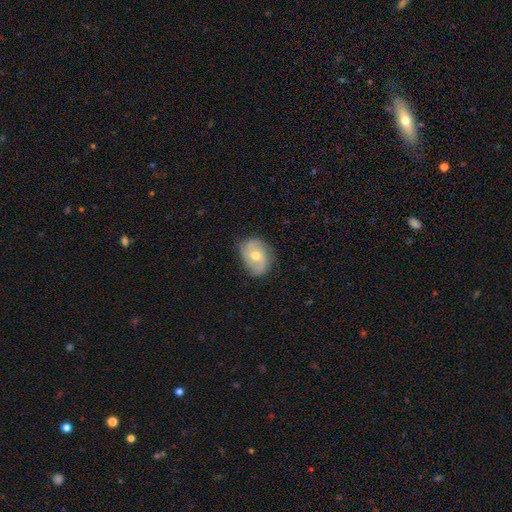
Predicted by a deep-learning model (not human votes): A featured or disk galaxy (71%) with no bar (66%), 2 (58%) medium (43%) spiral arms (89%) and a moderate central bulge (73%).

Vote fractions:
- Smooth or featured? featured or disk: 71% / smooth: 22% / star or artifact: 7%
- Edge-on disk? no: 96% / yes: 4%
- Bar? no: 66% / weak: 28% / strong: 6%
- Spiral arms? yes: 89% / no: 11%
- Spiral winding? medium: 43% / tight: 37% / loose: 20%
- Spiral arm count? 2: 58% / 3: 18% / can't tell: 16% / 1: 4% / 4: 3% / more than 4: 2%
- Bulge size? moderate: 73% / small: 21% / large: 3% / none: 1% / dominant: 1%
- Merging? none: 71% / minor disturbance: 22% / major disturbance: 6% / merger: 1%